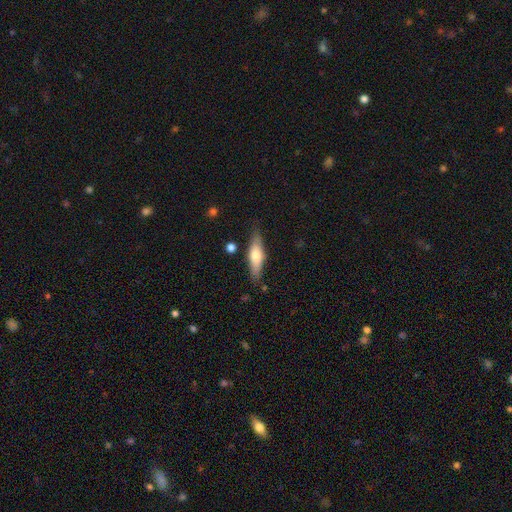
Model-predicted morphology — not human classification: Q: Smooth or featured?
A: smooth (58%); runner-up: featured or disk (35%)
Q: How rounded?
A: cigar-shaped (60%); runner-up: in between (38%)
Q: Merging?
A: none (82%); runner-up: minor disturbance (13%)